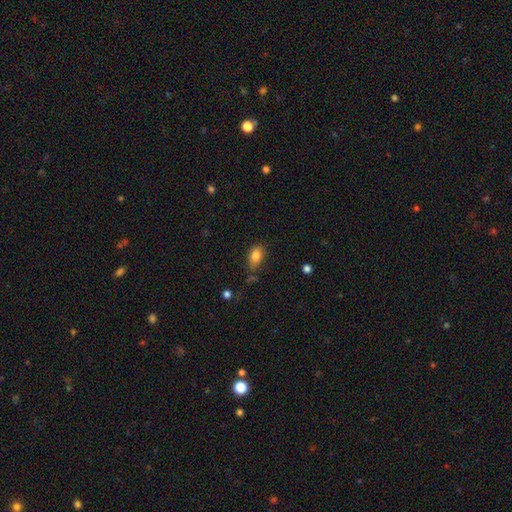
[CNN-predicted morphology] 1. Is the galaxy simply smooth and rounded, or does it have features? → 82% smooth, 9% star or artifact, 8% featured or disk.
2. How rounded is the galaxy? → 85% in between, 12% round, 3% cigar-shaped.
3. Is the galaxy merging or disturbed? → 64% none, 24% minor disturbance, 6% major disturbance, 5% merger.